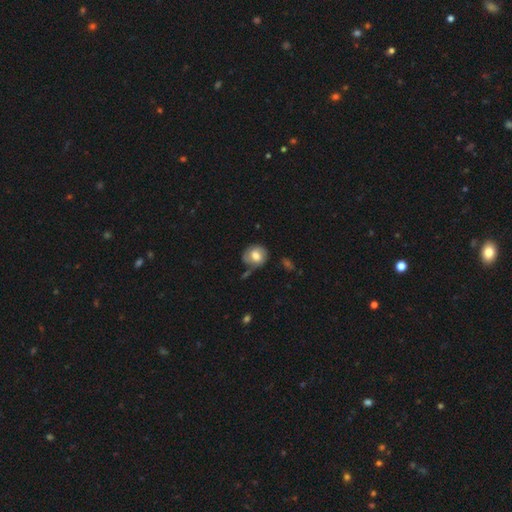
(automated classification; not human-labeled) Smooth or featured? Predicted: smooth (p=0.63). How rounded? Predicted: round (p=0.74). Merging? Predicted: none (p=0.60).